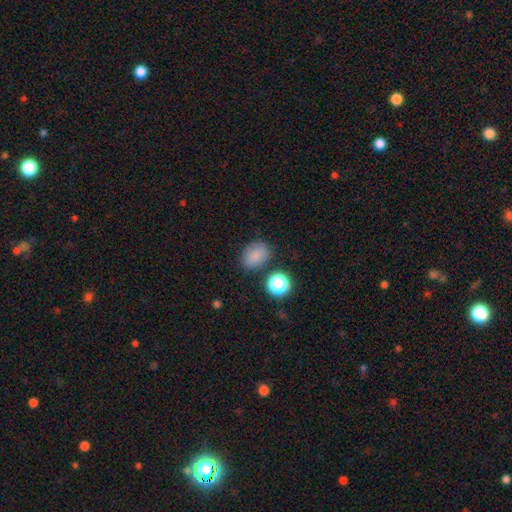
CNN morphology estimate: This is clearly a smooth galaxy (82%). How rounded: likely in between (67%). Merging: likely none (77%).